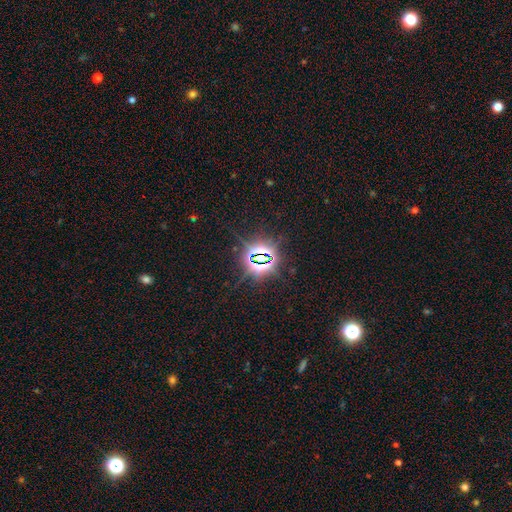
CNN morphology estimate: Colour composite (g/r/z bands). It shows a star or artifact, not a galaxy (83%).